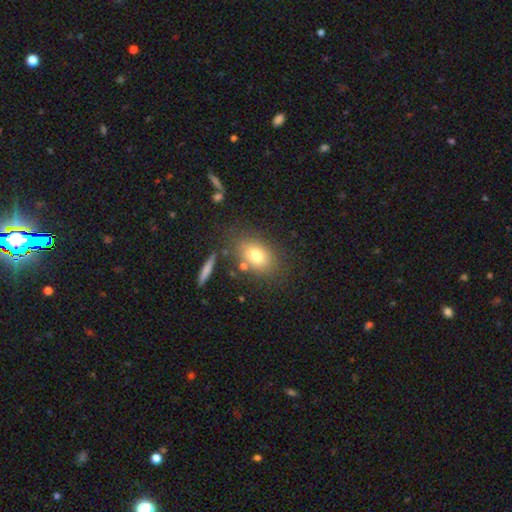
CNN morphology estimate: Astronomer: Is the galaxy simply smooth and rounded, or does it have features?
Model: smooth — 75%.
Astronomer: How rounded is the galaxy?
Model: in between — 73%.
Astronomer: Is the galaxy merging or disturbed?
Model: none — 74%.